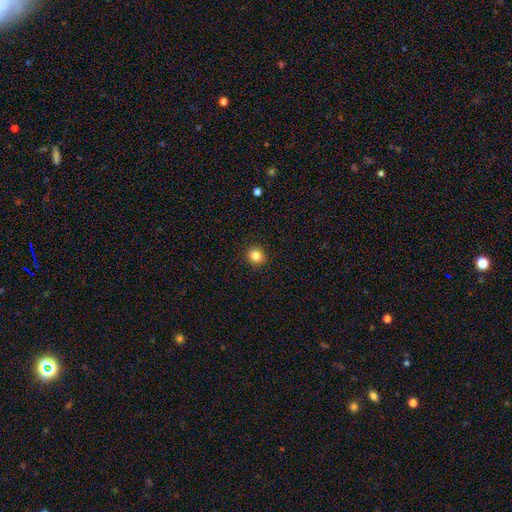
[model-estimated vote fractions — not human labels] This is clearly a smooth galaxy (84%). How rounded: clearly round (84%). Merging: clearly none (92%).